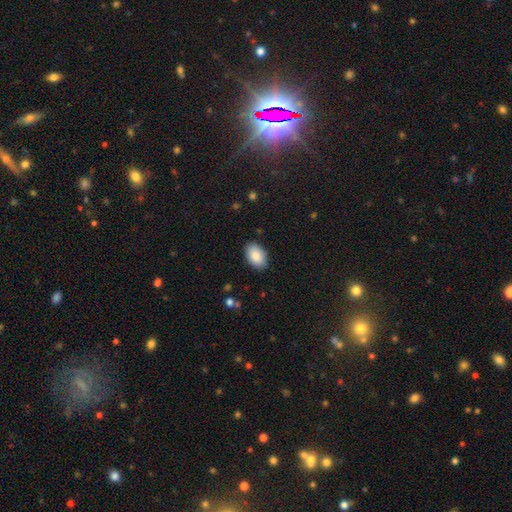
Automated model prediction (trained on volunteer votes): Smooth or featured? Predicted: smooth (p=0.89). How rounded? Predicted: in between (p=0.93). Merging? Predicted: none (p=0.87).